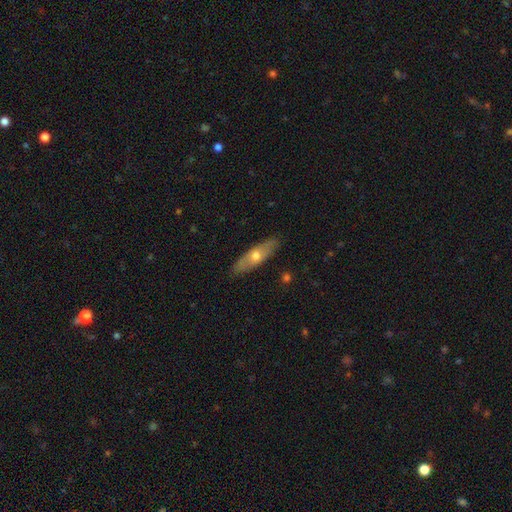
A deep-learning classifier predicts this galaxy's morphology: Smooth or featured? Predicted: smooth (p=0.49). Merging? Predicted: none (p=0.87).